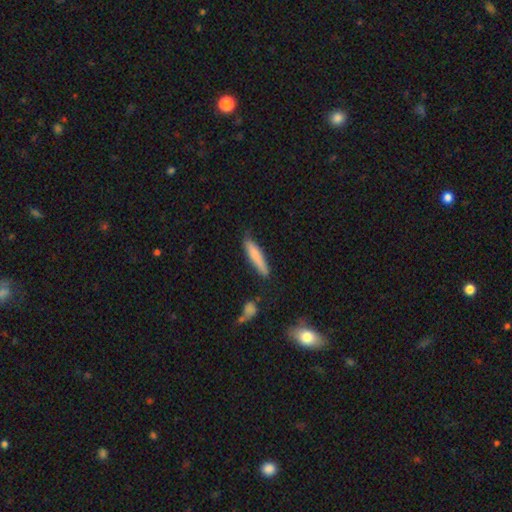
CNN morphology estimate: A smooth galaxy with no disk features (78%) that is cigar-shaped (88%). Merging: none (78%).